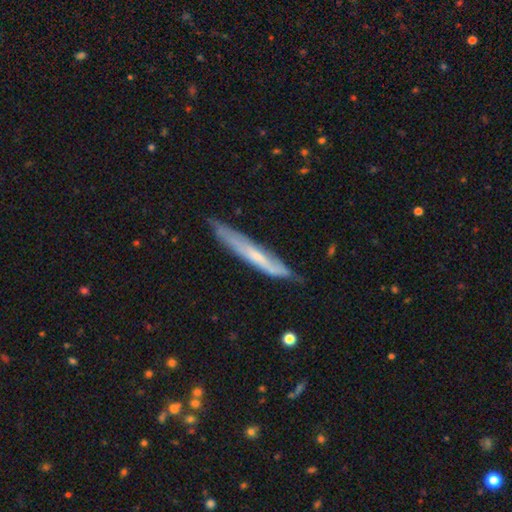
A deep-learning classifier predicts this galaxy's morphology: type=featured or disk (54%); edge-on=yes (72%); merging=none (67%).